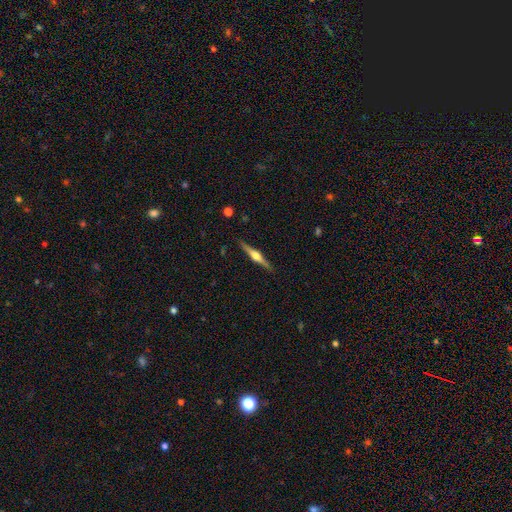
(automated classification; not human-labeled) featured or disk 76%, smooth 19%, star or artifact 5%. Down the decision tree: edge-on disk — yes (98%); edge-on bulge — rounded (90%); merging — none (89%).